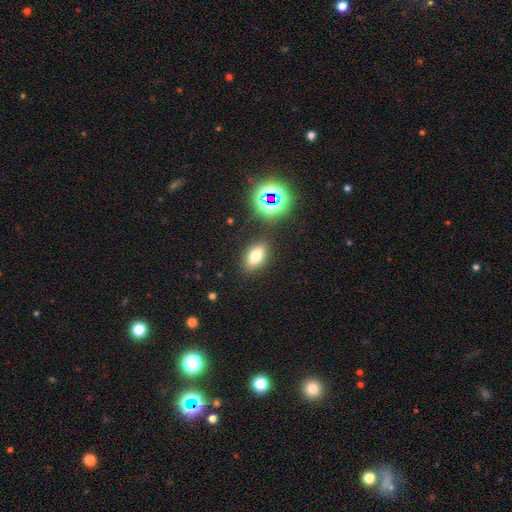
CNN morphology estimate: Smooth or featured? smooth (70%)
How rounded? in between (83%)
Merging? none (85%)